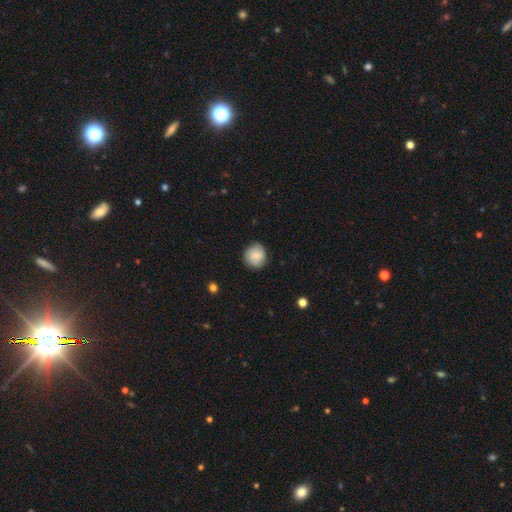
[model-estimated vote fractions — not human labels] Smooth or featured: smooth — 73% (featured or disk — 20%)
How rounded: round — 88% (in between — 11%)
Merging: none — 83% (minor disturbance — 13%)